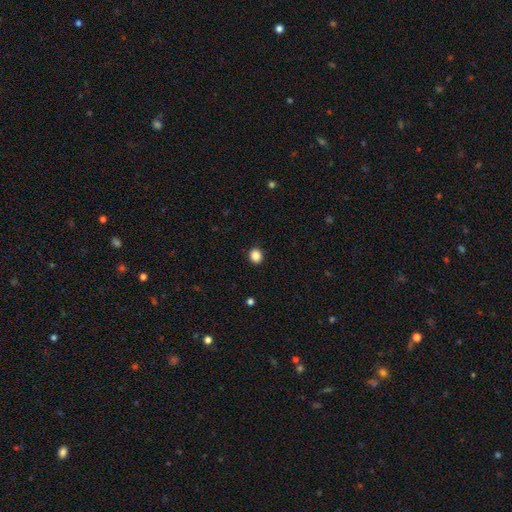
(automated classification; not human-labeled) Q: Smooth or featured?
A: smooth (87%); runner-up: star or artifact (10%)
Q: How rounded?
A: round (72%); runner-up: in between (28%)
Q: Merging?
A: none (91%); runner-up: minor disturbance (6%)